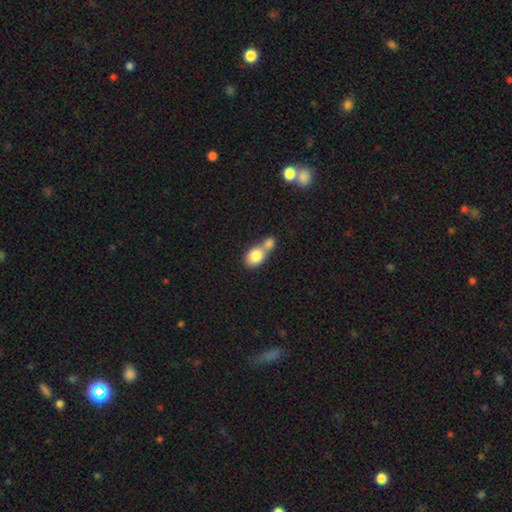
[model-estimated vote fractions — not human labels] smooth-or-featured: smooth: 79% | featured or disk: 13% | star or artifact: 8%
  how-rounded: in between: 63% | round: 36% | cigar-shaped: 2%
  merging: merger: 67% | none: 22% | minor disturbance: 7% | major disturbance: 3%